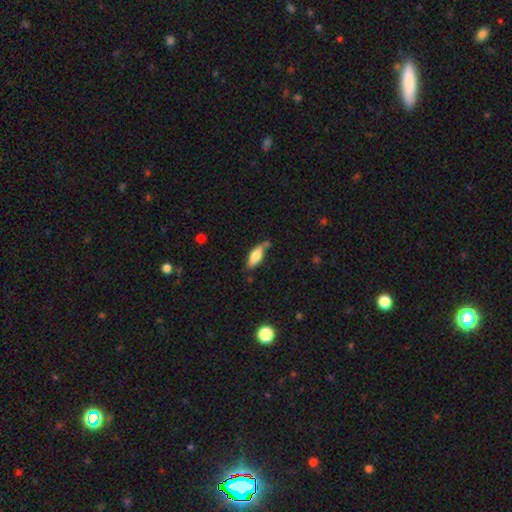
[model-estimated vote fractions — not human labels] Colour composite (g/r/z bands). It shows a smooth galaxy with no disk features (70%) that is in between round and cigar-shaped (68%). Merging: none (62%).